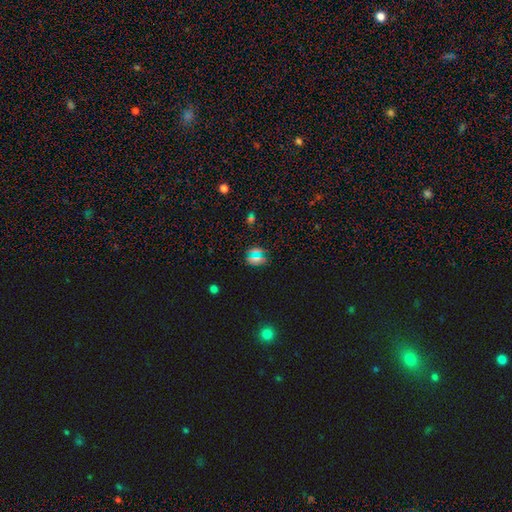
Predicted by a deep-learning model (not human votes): smooth-or-featured: smooth: 55% | star or artifact: 35% | featured or disk: 10%
  how-rounded: in between: 55% | round: 37% | cigar-shaped: 9%
  merging: none: 78% | minor disturbance: 12% | major disturbance: 6% | merger: 5%